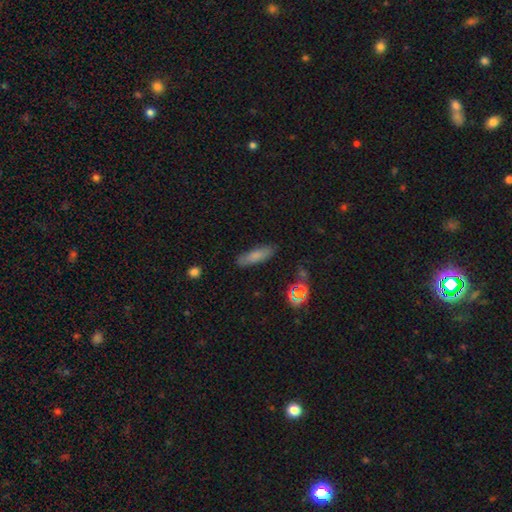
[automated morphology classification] Smooth or featured?
  - smooth: 76% *
  - featured or disk: 15%
  - star or artifact: 9%
How rounded?
  - cigar-shaped: 56% *
  - in between: 42%
  - round: 2%
Merging?
  - none: 84% *
  - minor disturbance: 11%
  - major disturbance: 3%
  - merger: 2%